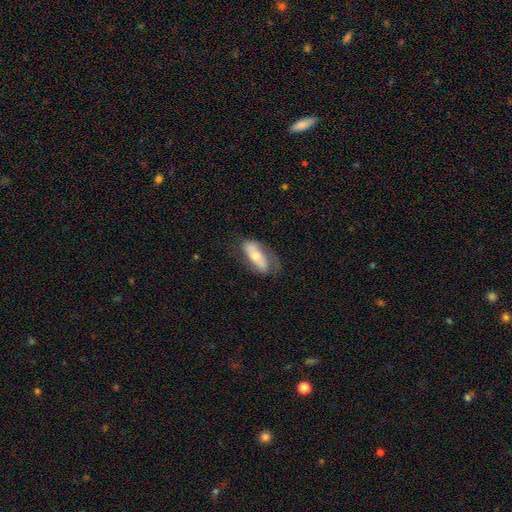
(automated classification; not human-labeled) Smooth or featured? Predicted: smooth (p=0.52). How rounded? Predicted: in between (p=0.70). Merging? Predicted: none (p=0.55).